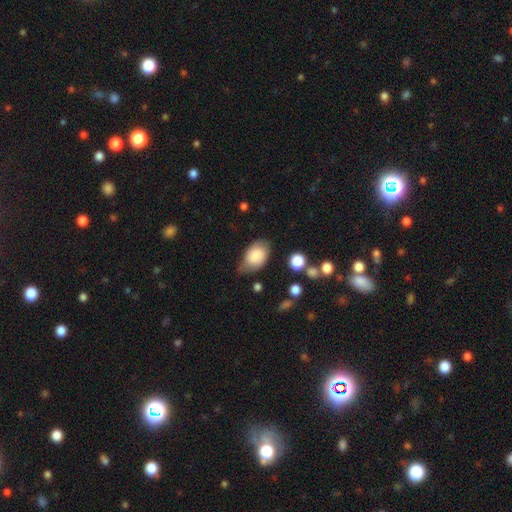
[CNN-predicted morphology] A smooth galaxy with no disk features (77%) that is in between round and cigar-shaped (88%).

Vote fractions:
- Smooth or featured? smooth: 77% / featured or disk: 16% / star or artifact: 7%
- How rounded? in between: 88% / round: 11% / cigar-shaped: 1%
- Merging? none: 55% / minor disturbance: 33% / major disturbance: 10% / merger: 3%